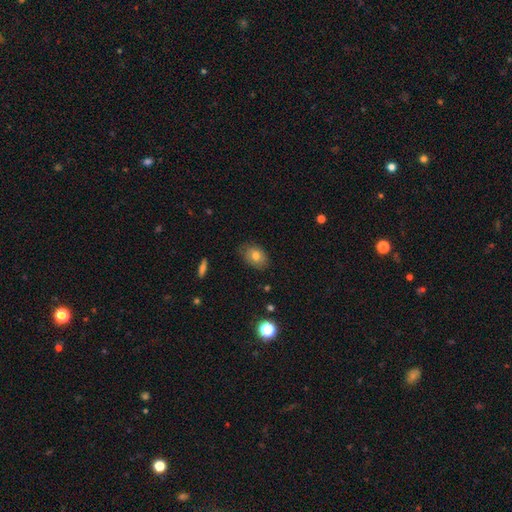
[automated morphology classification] This appears to be a smooth galaxy with no disk features (75%) that is in between round and cigar-shaped (76%). Merging: none (78%).